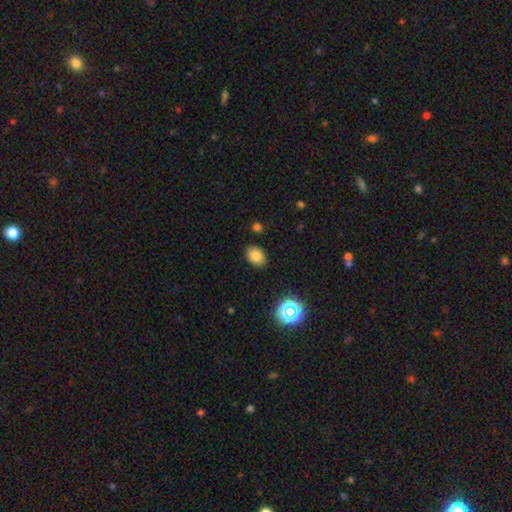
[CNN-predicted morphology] smooth-or-featured: smooth: 81% | star or artifact: 12% | featured or disk: 7%
  how-rounded: in between: 79% | round: 20% | cigar-shaped: 1%
  merging: none: 87% | minor disturbance: 9% | major disturbance: 2% | merger: 1%